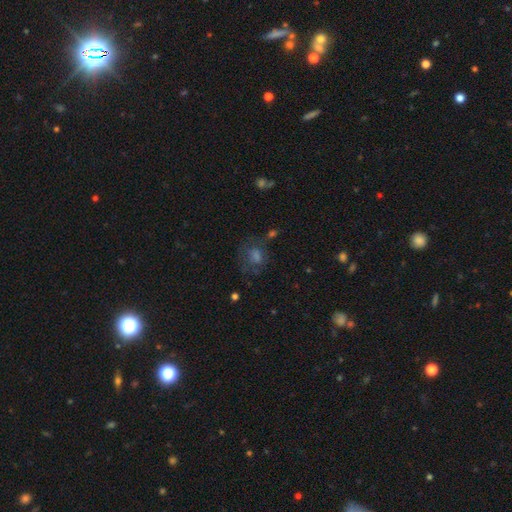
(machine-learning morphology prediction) Smooth or featured? Predicted: smooth (p=0.43). Merging? Predicted: none (p=0.62).